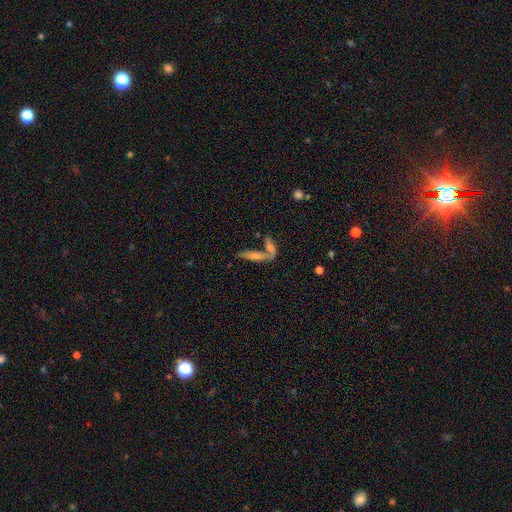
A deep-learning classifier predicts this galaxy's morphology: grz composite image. It shows a smooth galaxy with no disk features (45%). Merging: merger (48%).